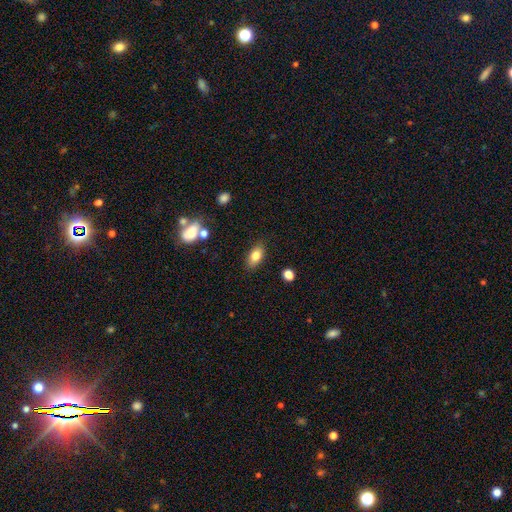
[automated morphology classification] smooth-or-featured: smooth: 79% | featured or disk: 12% | star or artifact: 9%
  how-rounded: in between: 86% | round: 8% | cigar-shaped: 6%
  merging: none: 84% | minor disturbance: 11% | major disturbance: 3% | merger: 2%